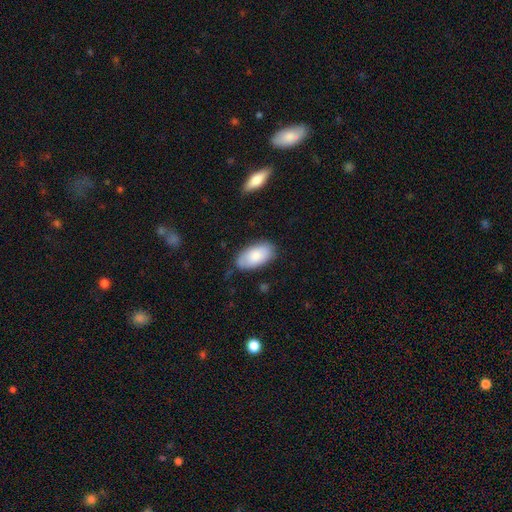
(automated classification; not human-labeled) This is clearly a smooth galaxy (82%). How rounded: clearly in between (95%). Merging: likely none (77%).